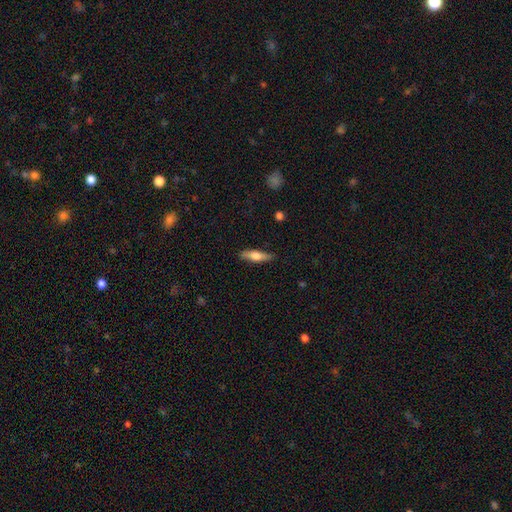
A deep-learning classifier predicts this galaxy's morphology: Smooth or featured?
  - smooth: 56% *
  - featured or disk: 38%
  - star or artifact: 6%
How rounded?
  - cigar-shaped: 63% *
  - in between: 34%
  - round: 2%
Merging?
  - none: 85% *
  - minor disturbance: 12%
  - major disturbance: 3%
  - merger: 1%